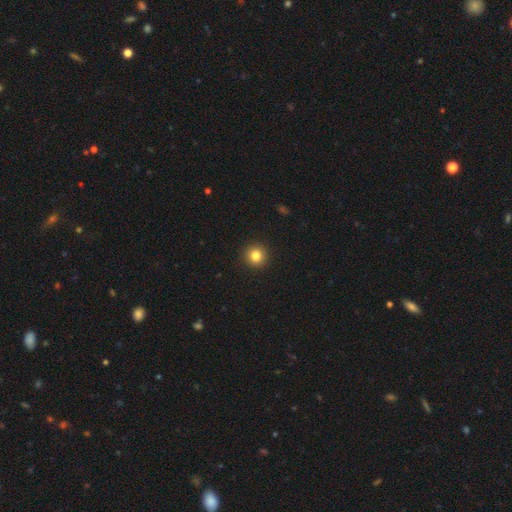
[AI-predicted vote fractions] Smooth or featured? Predicted: smooth (p=0.83). How rounded? Predicted: round (p=0.94). Merging? Predicted: none (p=0.93).